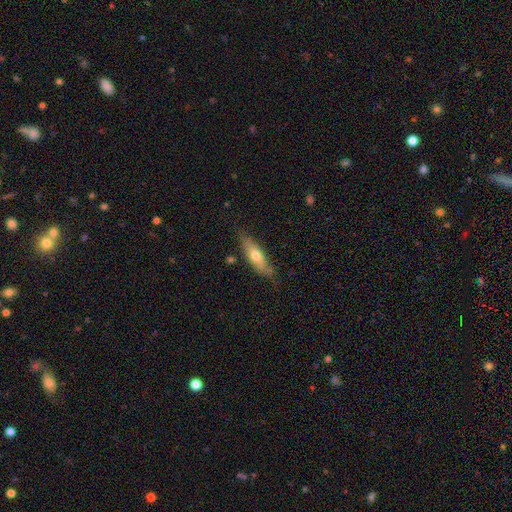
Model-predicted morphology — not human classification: This appears to be a smooth galaxy with no disk features (57%) that is cigar-shaped (52%). Merging: none (73%).